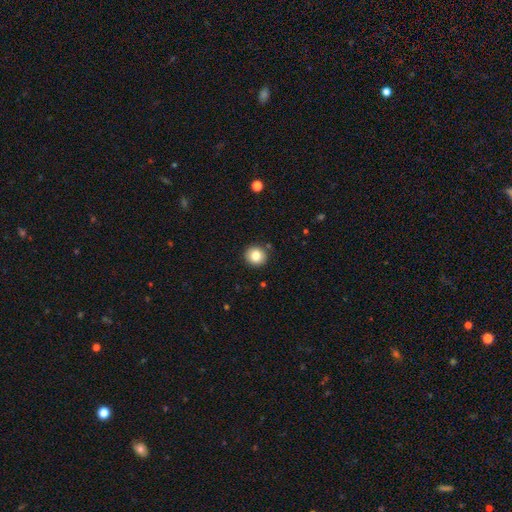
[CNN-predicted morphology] Smooth or featured: smooth — 83% (star or artifact — 9%)
How rounded: round — 88% (in between — 11%)
Merging: none — 90% (minor disturbance — 7%)